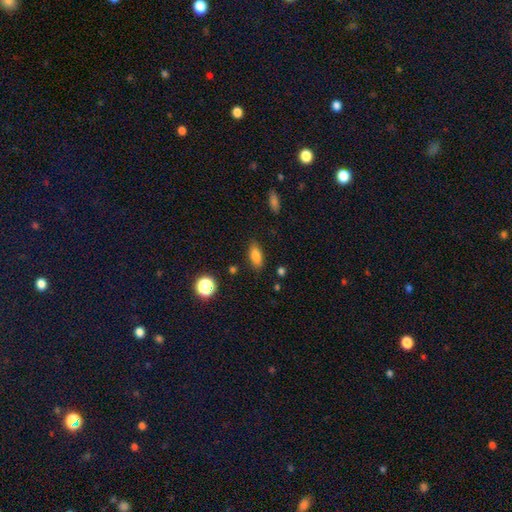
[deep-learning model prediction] The model was most divided on "how rounded": in between: 83%, cigar-shaped: 13%, round: 5%. More confident: merging — none (85%); smooth or featured — smooth (82%).